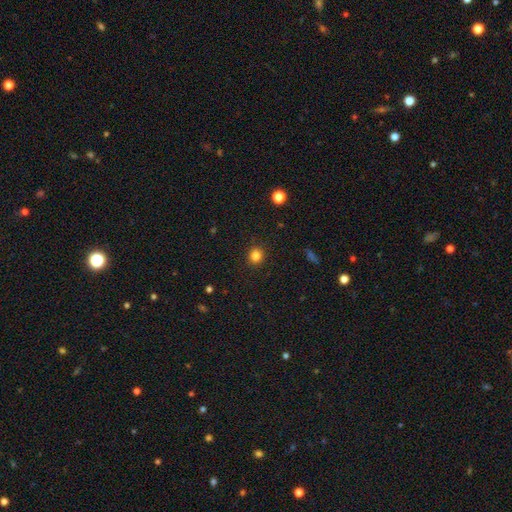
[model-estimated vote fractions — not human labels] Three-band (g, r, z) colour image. It shows a smooth galaxy with no disk features (83%) that is round (87%). Merging: none (91%).